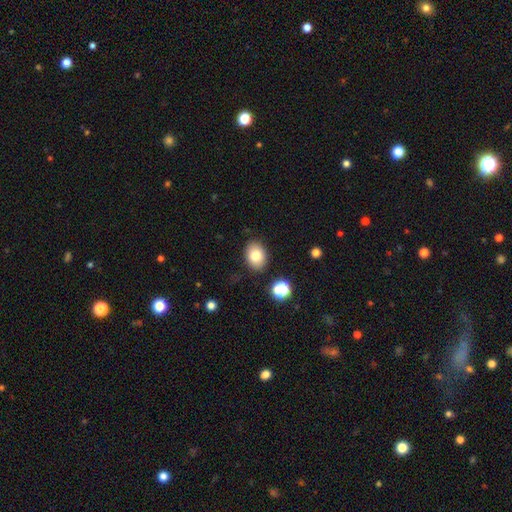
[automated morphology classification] Smooth or featured: smooth — 80% (featured or disk — 10%)
How rounded: in between — 65% (round — 34%)
Merging: none — 87% (minor disturbance — 9%)